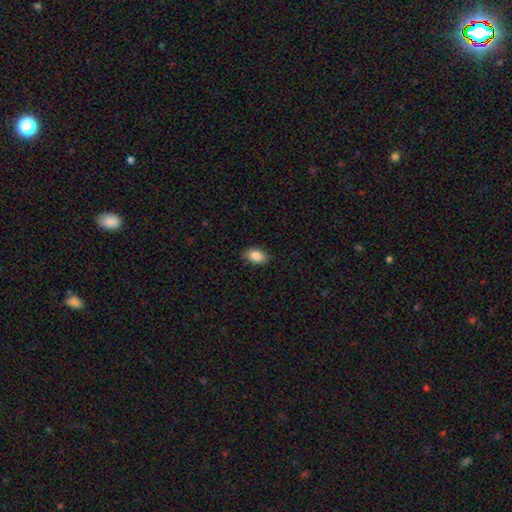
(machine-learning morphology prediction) smooth-or-featured: smooth: 87% | star or artifact: 7% | featured or disk: 6%
  how-rounded: in between: 89% | round: 9% | cigar-shaped: 2%
  merging: none: 86% | minor disturbance: 11% | major disturbance: 2% | merger: 1%